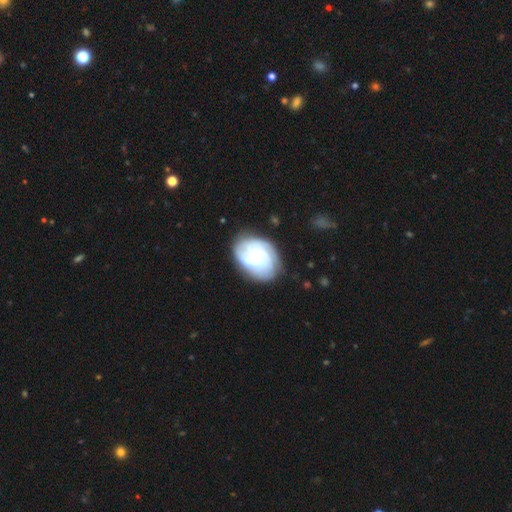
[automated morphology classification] type=featured or disk (69%); edge-on=no (97%); bar=no (76%); spiral arms=yes (84%); winding=tight (63%); arm count=can't tell (43%); bulge=small (61%); merging=none (67%).